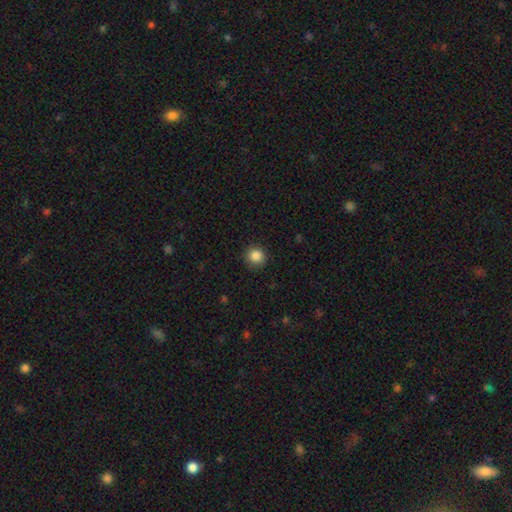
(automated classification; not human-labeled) Morphology: type=smooth (86%); roundness=round (92%); merging=none (91%).